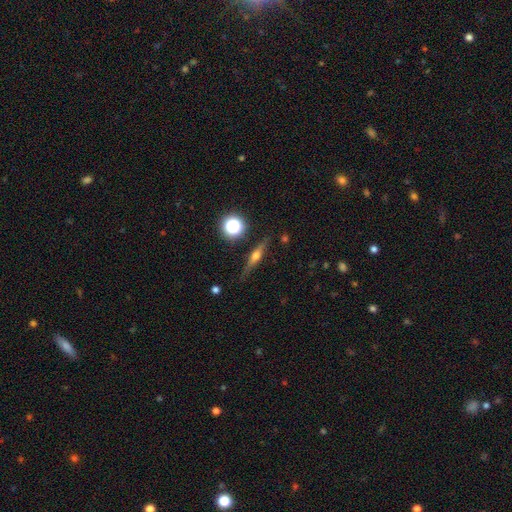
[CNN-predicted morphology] Q: Smooth or featured?
A: featured or disk (63%); runner-up: smooth (27%)
Q: Edge-on disk?
A: yes (95%); runner-up: no (5%)
Q: Edge-on bulge?
A: rounded (90%); runner-up: boxy (6%)
Q: Merging?
A: none (84%); runner-up: minor disturbance (12%)